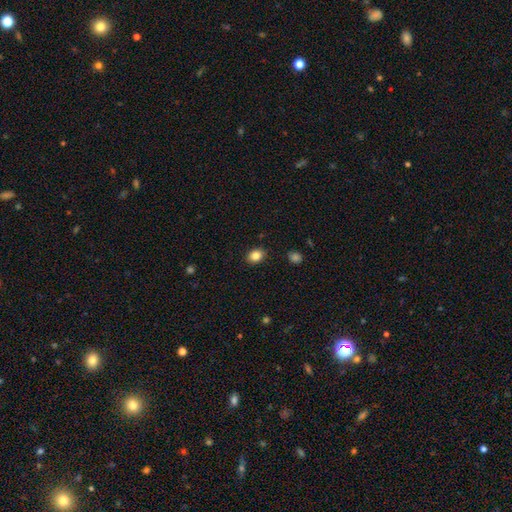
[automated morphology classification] Overall: smooth (84%). How rounded: in between (57%; round 42%). Merging: none (88%).